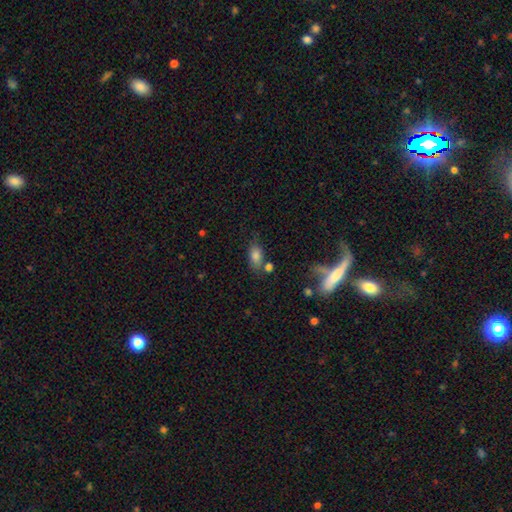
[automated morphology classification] This is likely a smooth galaxy (80%). How rounded: clearly in between (87%). Merging: likely none (62%).